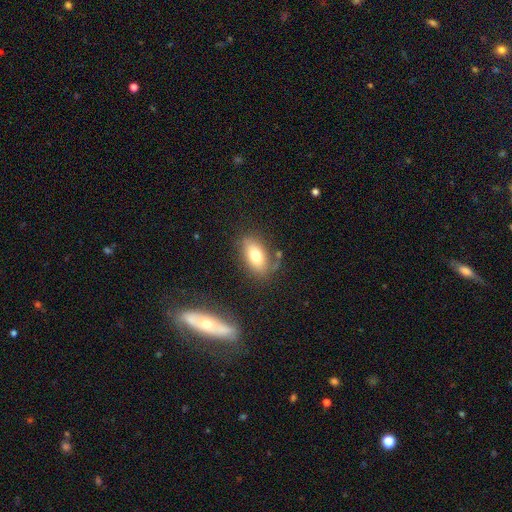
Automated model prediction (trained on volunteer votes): Overall: smooth (71%). How rounded: in between (88%). Merging: none (68%).